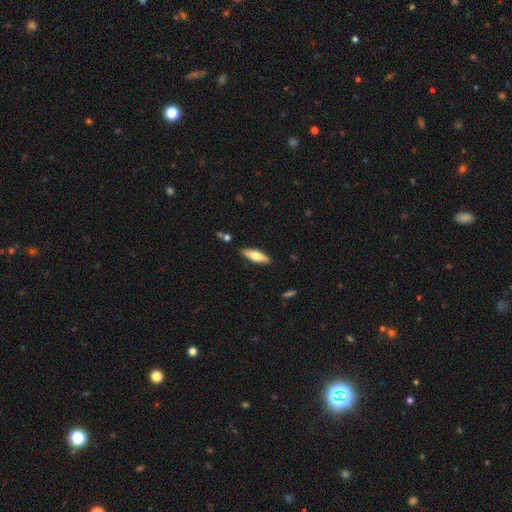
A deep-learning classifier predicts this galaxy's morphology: The model was most divided on "how rounded": cigar-shaped: 50%, in between: 48%, round: 2%. More confident: merging — none (88%); smooth or featured — smooth (63%).